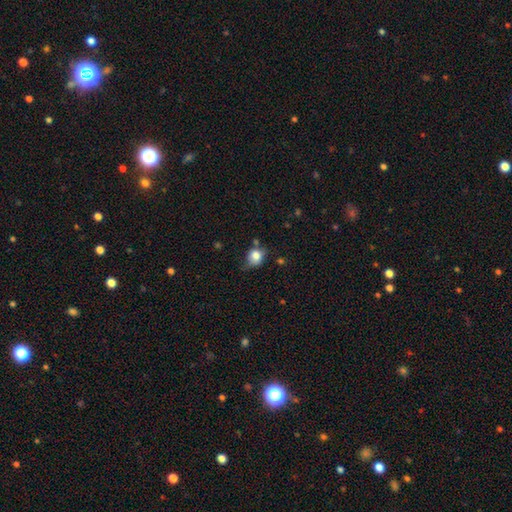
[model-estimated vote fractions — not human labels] Smooth or featured?
  - smooth: 81% *
  - star or artifact: 10%
  - featured or disk: 9%
How rounded?
  - round: 65% *
  - in between: 34%
  - cigar-shaped: 1%
Merging?
  - none: 51% *
  - minor disturbance: 32%
  - major disturbance: 9%
  - merger: 8%